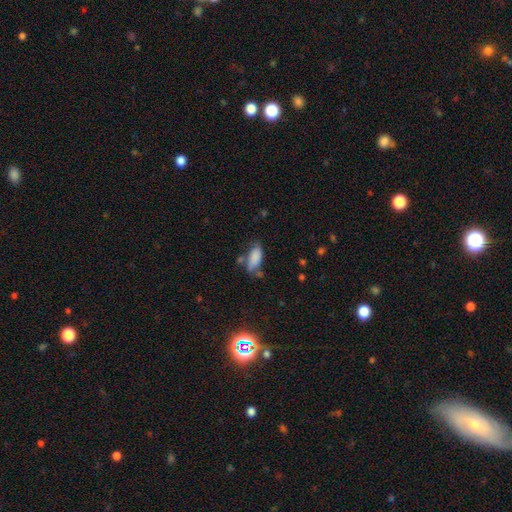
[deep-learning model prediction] Overall: smooth (82%). How rounded: in between (80%). Merging: none (51%; minor disturbance 27%).